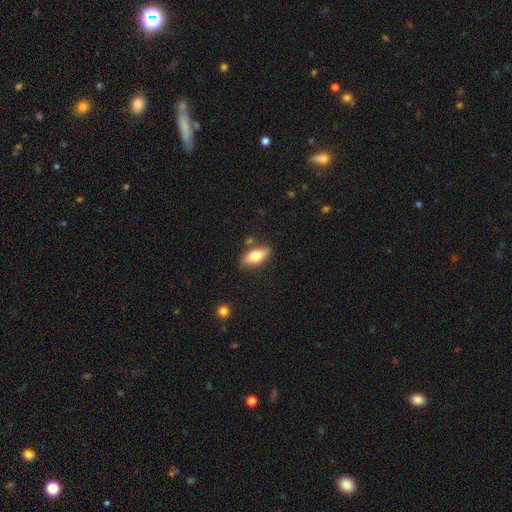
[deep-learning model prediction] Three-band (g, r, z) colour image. It shows a smooth galaxy with no disk features (73%) that is in between round and cigar-shaped (84%). Merging: none (78%).